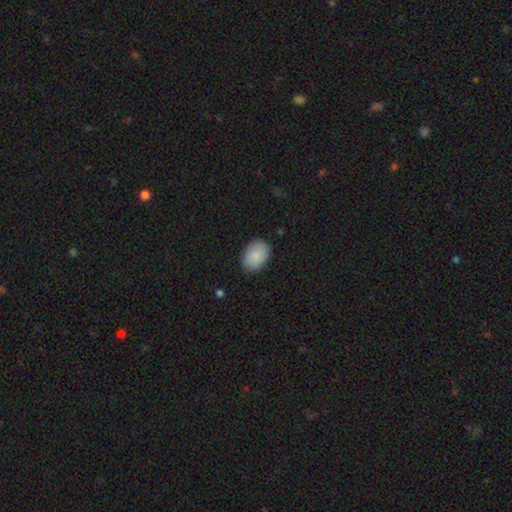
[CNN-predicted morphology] Q: Smooth or featured?
A: smooth (87%); runner-up: featured or disk (7%)
Q: How rounded?
A: in between (82%); runner-up: round (17%)
Q: Merging?
A: none (85%); runner-up: minor disturbance (11%)